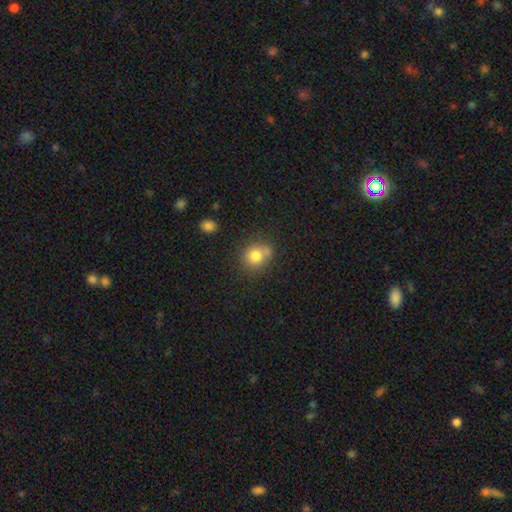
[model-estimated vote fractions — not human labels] This appears to be a smooth galaxy with no disk features (79%) that is round (77%). Merging: none (59%).